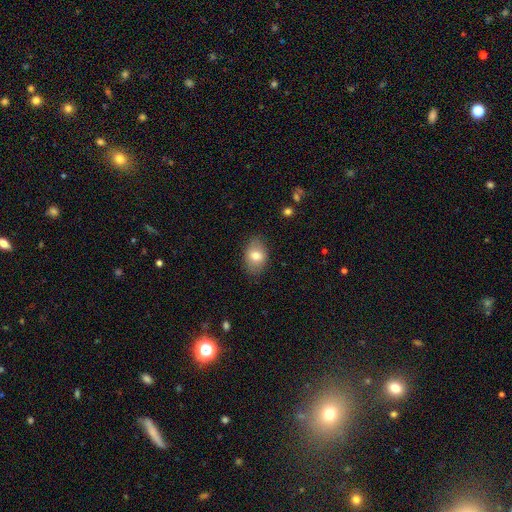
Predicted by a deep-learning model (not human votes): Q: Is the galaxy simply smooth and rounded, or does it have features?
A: smooth — 77%.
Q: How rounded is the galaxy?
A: in between — 81%.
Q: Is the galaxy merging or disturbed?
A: none — 82%.